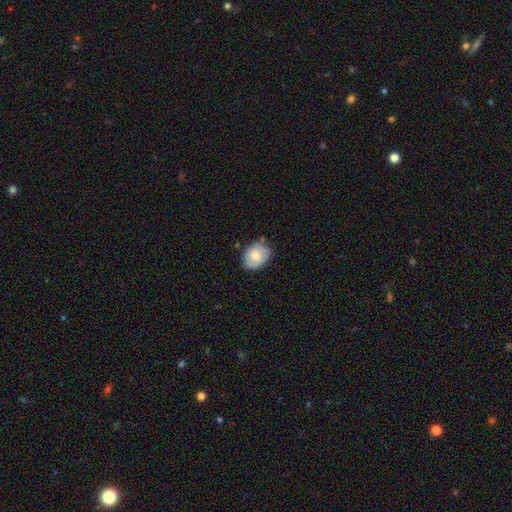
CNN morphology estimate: Smooth or featured: smooth — 72% (featured or disk — 21%)
How rounded: in between — 69% (round — 30%)
Merging: none — 71% (minor disturbance — 22%)